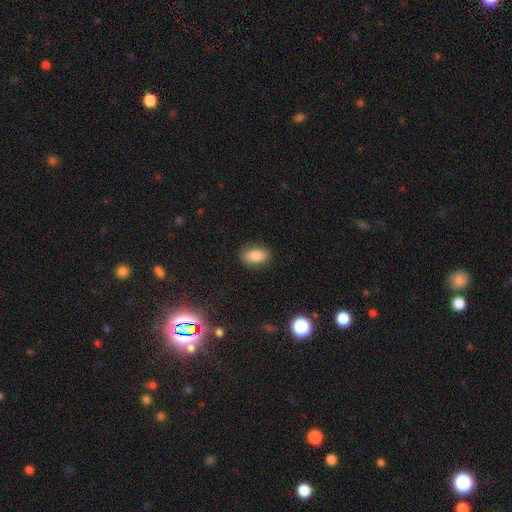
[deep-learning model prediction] Morphology: type=smooth (82%); roundness=in between (86%); merging=none (84%).